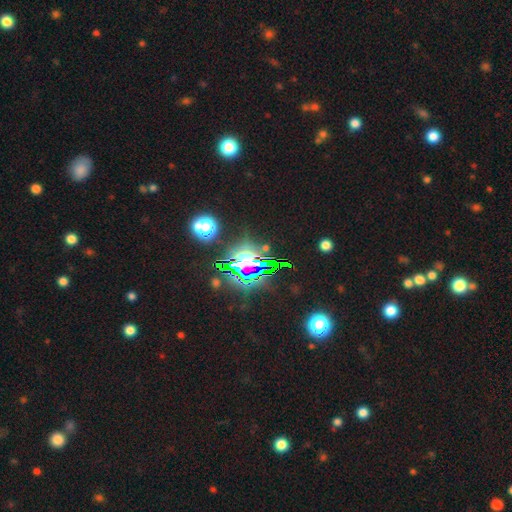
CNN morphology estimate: A star or artifact, not a galaxy (80%).